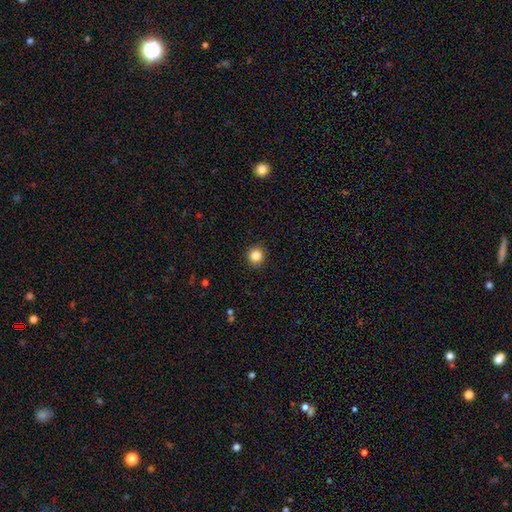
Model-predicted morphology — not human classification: type=smooth (85%); roundness=round (94%); merging=none (92%).